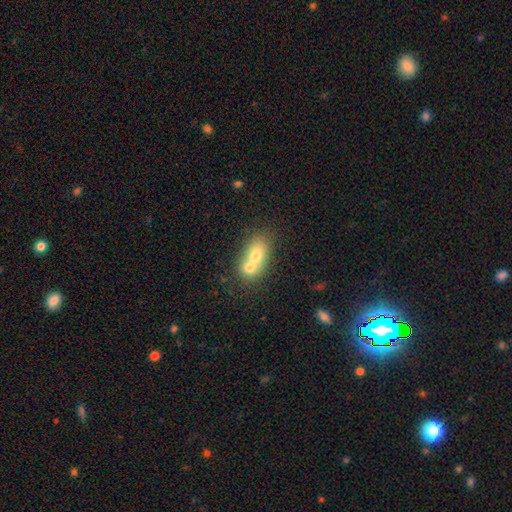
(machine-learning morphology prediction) Smooth or featured? smooth (66%)
How rounded? in between (66%)
Merging? merger (69%)